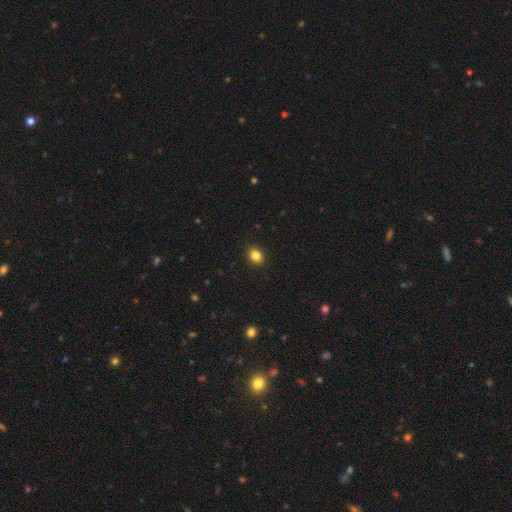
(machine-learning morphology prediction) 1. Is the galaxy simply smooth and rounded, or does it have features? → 85% smooth, 10% star or artifact, 5% featured or disk.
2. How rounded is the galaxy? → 52% in between, 47% round, 1% cigar-shaped.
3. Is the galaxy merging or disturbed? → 90% none, 7% minor disturbance, 2% major disturbance, 1% merger.